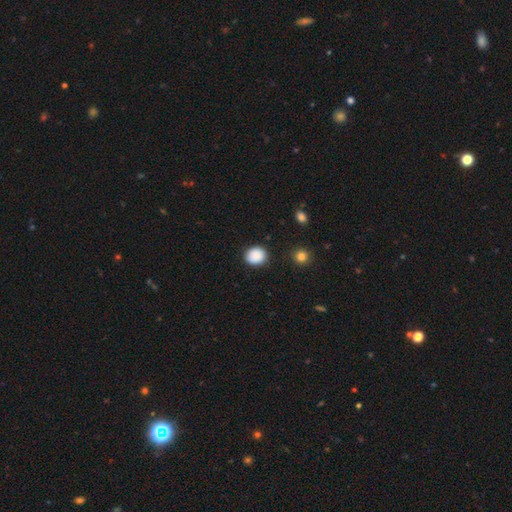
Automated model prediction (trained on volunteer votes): A smooth galaxy with no disk features (89%) that is round (76%). Merging: none (88%).